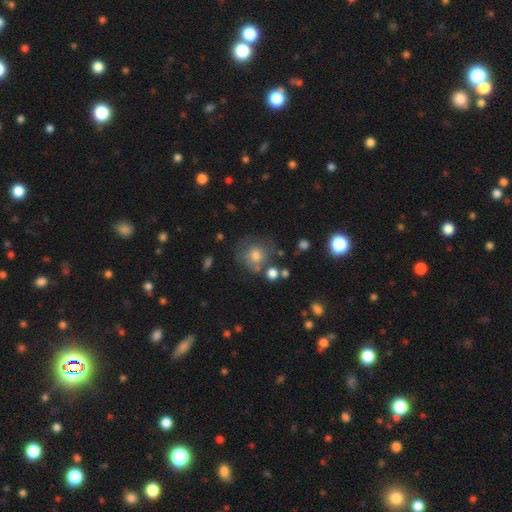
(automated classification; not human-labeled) This is likely a smooth galaxy (67%). How rounded: clearly round (85%). Merging: likely none (63%).